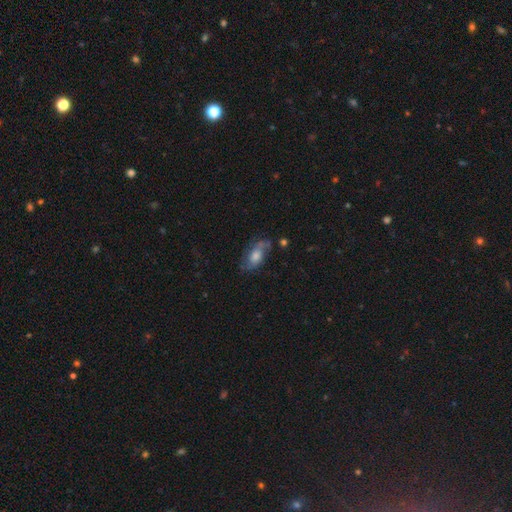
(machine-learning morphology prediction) The model was most divided on "bulge size": moderate: 46%, large: 33%, small: 14%, none: 5%, dominant: 3%. More confident: edge-on disk — no (91%); spiral arms — yes (85%); bar — no (70%); merging — none (65%); smooth or featured — featured or disk (62%).